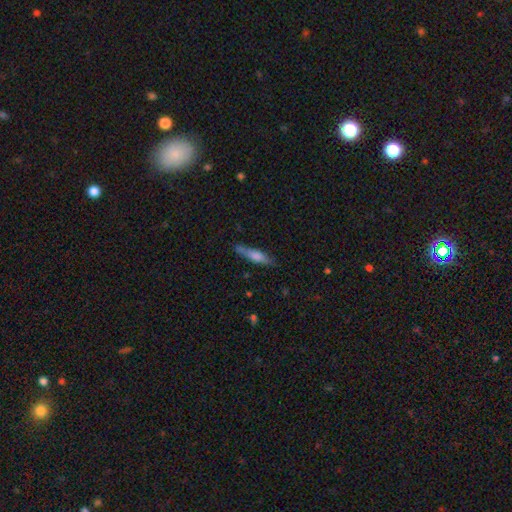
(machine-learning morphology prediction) Smooth or featured: smooth — 55% (featured or disk — 38%)
How rounded: cigar-shaped — 81% (in between — 17%)
Merging: none — 75% (minor disturbance — 17%)